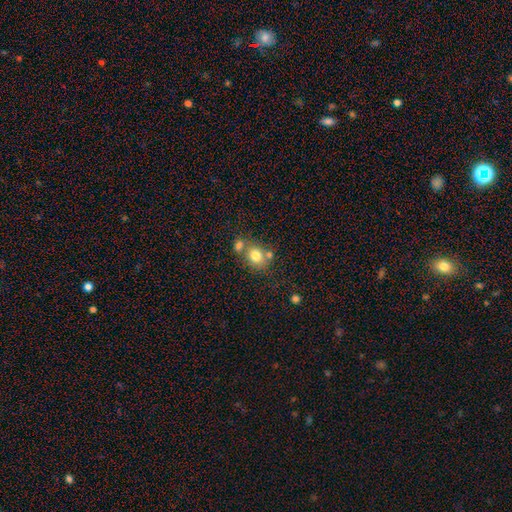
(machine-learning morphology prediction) type=smooth (77%); roundness=round (63%); merging=none (52%).